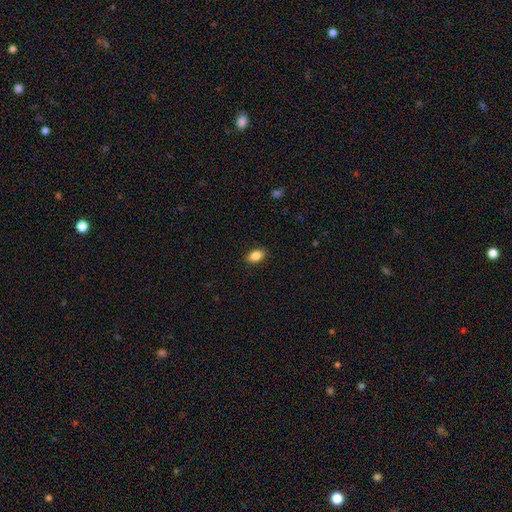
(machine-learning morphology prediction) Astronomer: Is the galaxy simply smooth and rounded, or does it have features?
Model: smooth — 86%.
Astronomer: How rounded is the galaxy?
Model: in between — 87%.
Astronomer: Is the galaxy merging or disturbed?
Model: none — 88%.